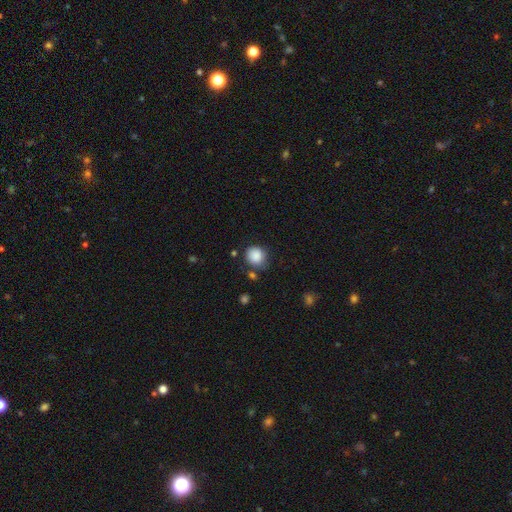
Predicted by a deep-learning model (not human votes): Smooth or featured? smooth (87%)
How rounded? round (84%)
Merging? none (72%)